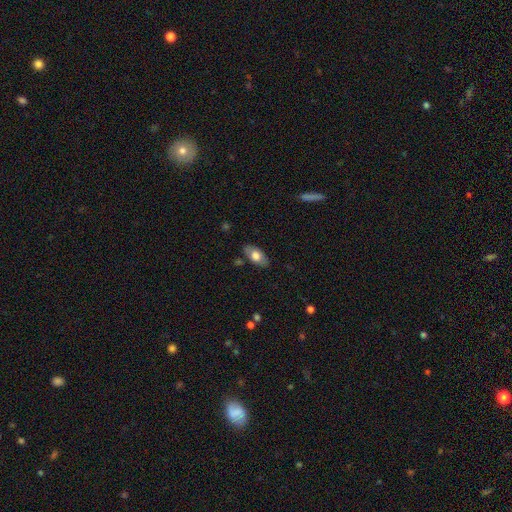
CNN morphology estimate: Overall: smooth (69%). How rounded: in between (92%). Merging: none (83%).